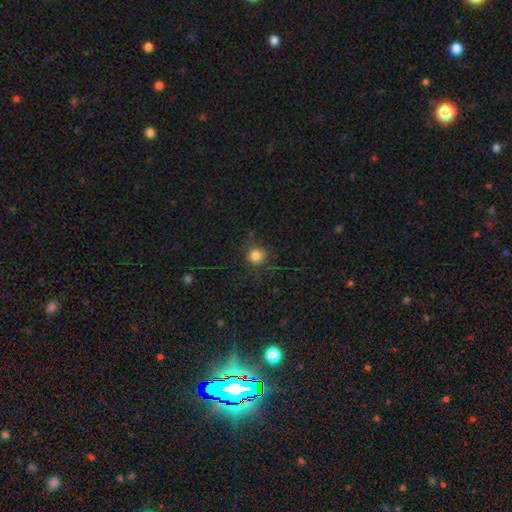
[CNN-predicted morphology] Overall: smooth (82%). How rounded: round (91%). Merging: none (80%).